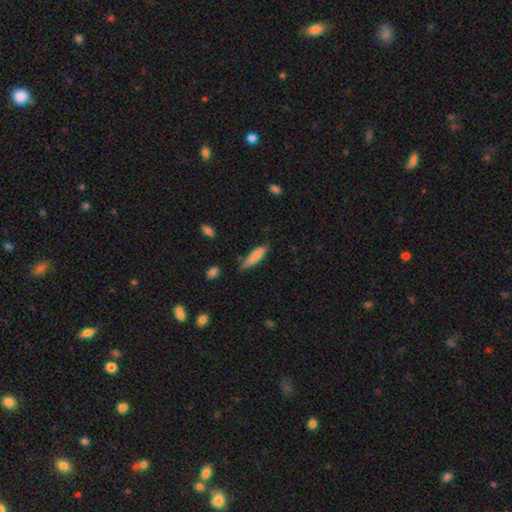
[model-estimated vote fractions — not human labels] This is clearly a smooth galaxy (80%). How rounded: likely cigar-shaped (68%). Merging: likely none (64%).